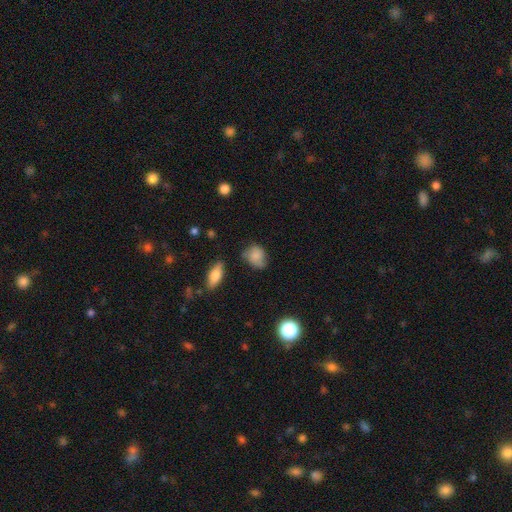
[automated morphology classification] Smooth or featured? Predicted: smooth (p=0.79). How rounded? Predicted: in between (p=0.54). Merging? Predicted: none (p=0.56).